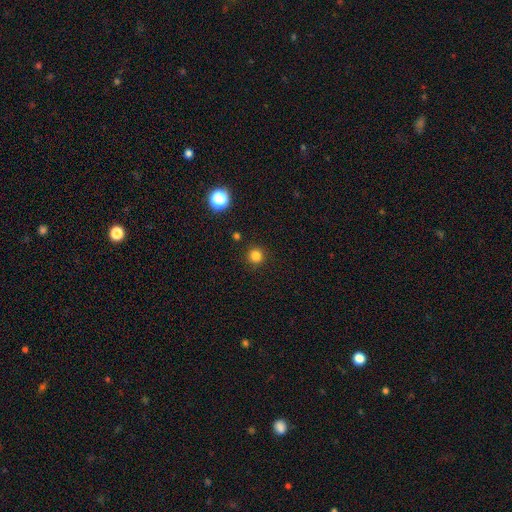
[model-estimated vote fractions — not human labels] Q: Smooth or featured?
A: smooth (82%); runner-up: star or artifact (14%)
Q: How rounded?
A: round (95%); runner-up: in between (4%)
Q: Merging?
A: none (91%); runner-up: minor disturbance (6%)